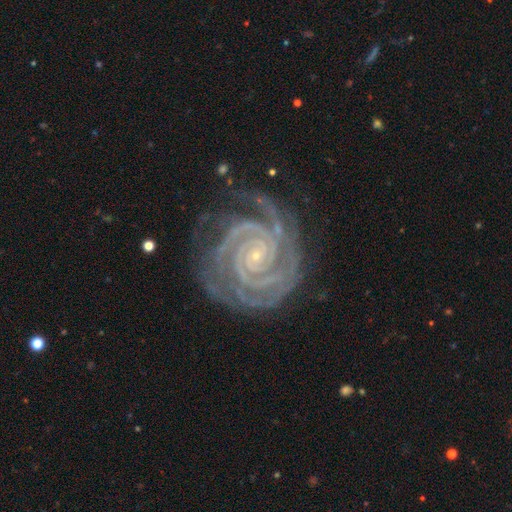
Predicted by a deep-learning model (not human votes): smooth-or-featured: featured or disk: 93% | star or artifact: 5% | smooth: 2%
  disk-edge-on: no: 98% | yes: 2%
    bar: no: 60% | weak: 24% | strong: 16%
    has-spiral-arms: yes: 99% | no: 1%
      spiral-winding: tight: 87% | medium: 12% | loose: 1%
      spiral-arm-count: 2: 41% | 3: 23% | 4: 13% | can't tell: 10% | more than 4: 7% | 1: 7%
    bulge-size: small: 88% | moderate: 9% | none: 2% | large: 1% | dominant: 1%
  merging: none: 76% | minor disturbance: 17% | major disturbance: 6% | merger: 2%